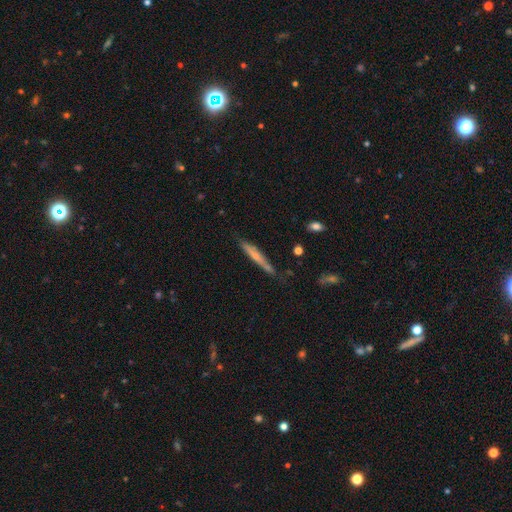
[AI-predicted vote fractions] Morphology: type=featured or disk (49%); merging=none (75%).